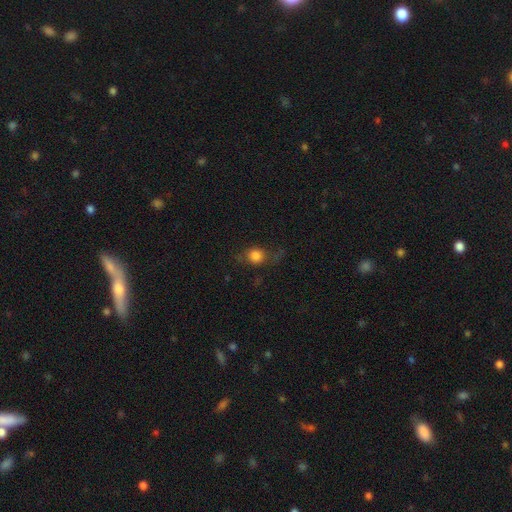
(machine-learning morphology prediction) A smooth galaxy with no disk features (73%) that is round (74%).

Vote fractions:
- Smooth or featured? smooth: 73% / featured or disk: 16% / star or artifact: 12%
- How rounded? round: 74% / in between: 24% / cigar-shaped: 3%
- Merging? none: 59% / minor disturbance: 22% / major disturbance: 17% / merger: 2%